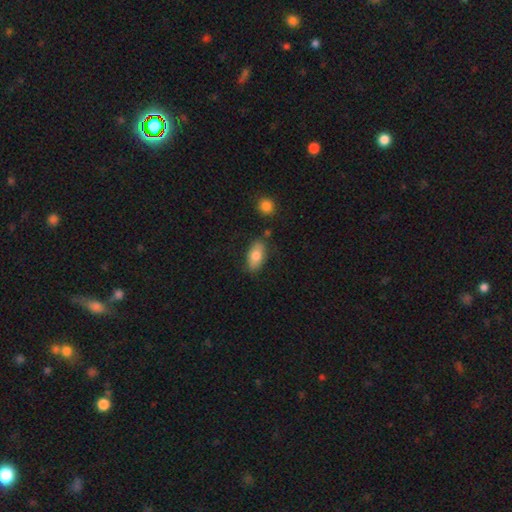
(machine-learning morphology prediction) Smooth or featured: smooth — 76% (featured or disk — 18%)
How rounded: in between — 90% (cigar-shaped — 6%)
Merging: none — 76% (minor disturbance — 16%)